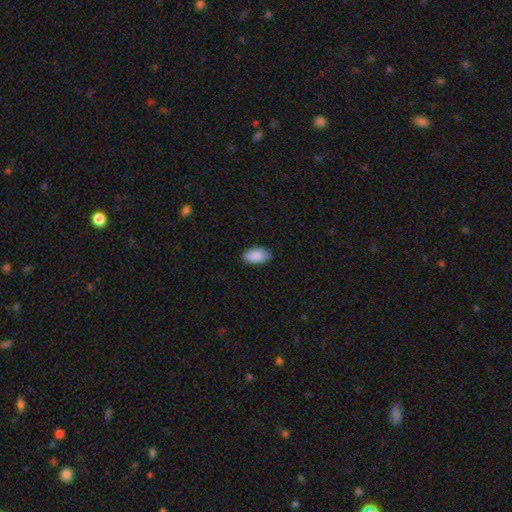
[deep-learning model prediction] The model was most divided on "merging": none: 83%, minor disturbance: 14%, major disturbance: 2%, merger: 1%. More confident: how rounded — in between (95%); smooth or featured — smooth (90%).